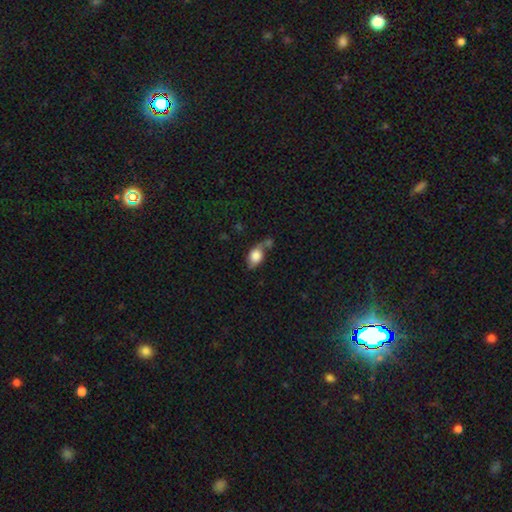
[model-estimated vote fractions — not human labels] This is likely a smooth galaxy (75%). How rounded: clearly in between (81%). Merging: marginally none (35%).